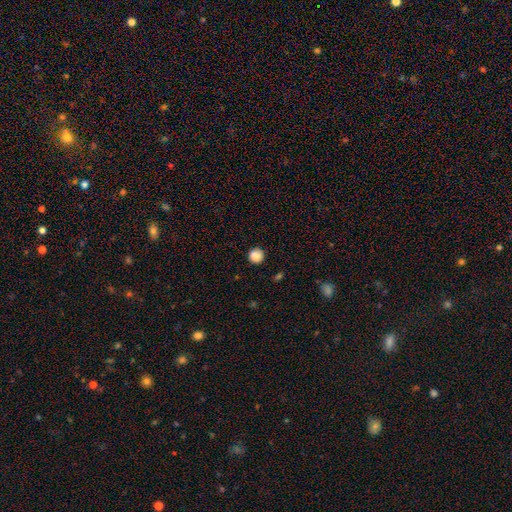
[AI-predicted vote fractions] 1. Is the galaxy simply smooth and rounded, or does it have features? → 87% smooth, 10% star or artifact, 3% featured or disk.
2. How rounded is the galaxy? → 94% round, 5% in between, 1% cigar-shaped.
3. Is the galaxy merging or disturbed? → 88% none, 8% minor disturbance, 2% major disturbance, 1% merger.